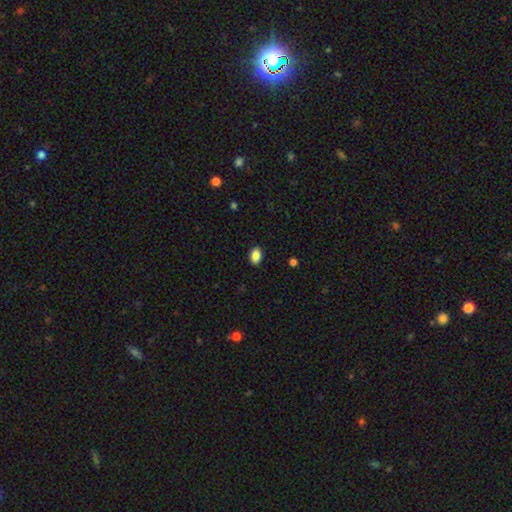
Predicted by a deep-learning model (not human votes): Smooth or featured: smooth — 87% (star or artifact — 8%)
How rounded: in between — 86% (round — 13%)
Merging: none — 89% (minor disturbance — 8%)